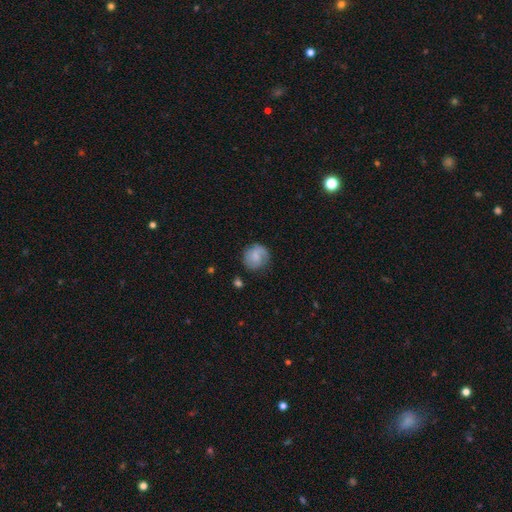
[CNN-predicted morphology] Smooth or featured: smooth — 61% (featured or disk — 31%)
How rounded: round — 84% (in between — 15%)
Merging: none — 69% (minor disturbance — 21%)